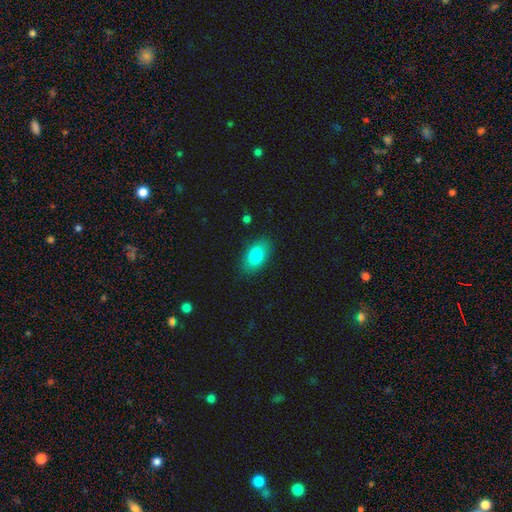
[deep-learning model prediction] This is clearly a smooth galaxy (83%). How rounded: clearly in between (91%). Merging: clearly none (85%).